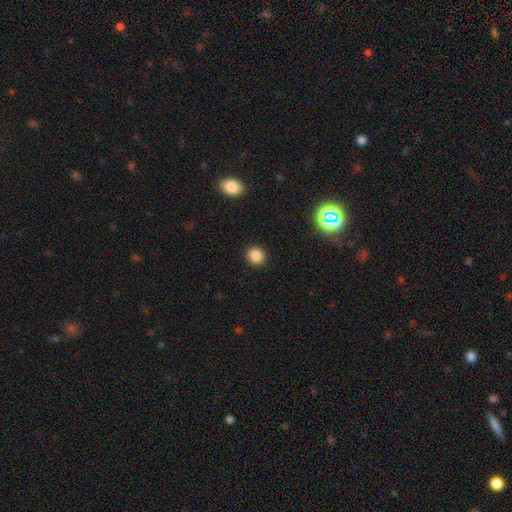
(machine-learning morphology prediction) Q: Smooth or featured?
A: smooth (84%); runner-up: star or artifact (12%)
Q: How rounded?
A: round (84%); runner-up: in between (15%)
Q: Merging?
A: none (91%); runner-up: minor disturbance (6%)